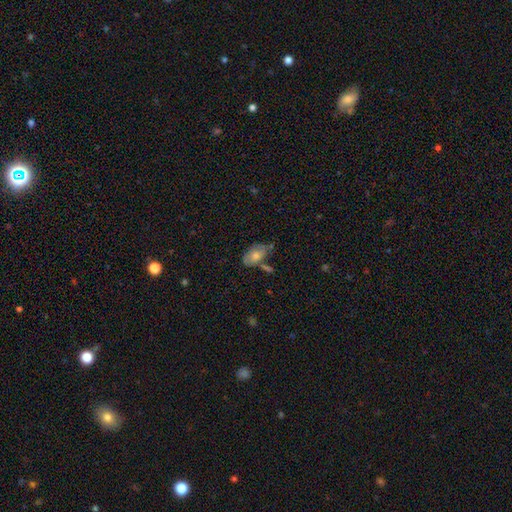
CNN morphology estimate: type=smooth (59%); roundness=in between (91%); merging=none (46%).